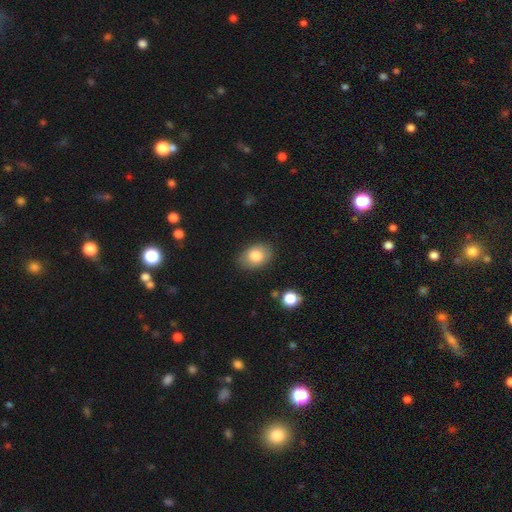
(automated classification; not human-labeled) This is clearly a smooth galaxy (82%). How rounded: likely in between (78%). Merging: clearly none (81%).